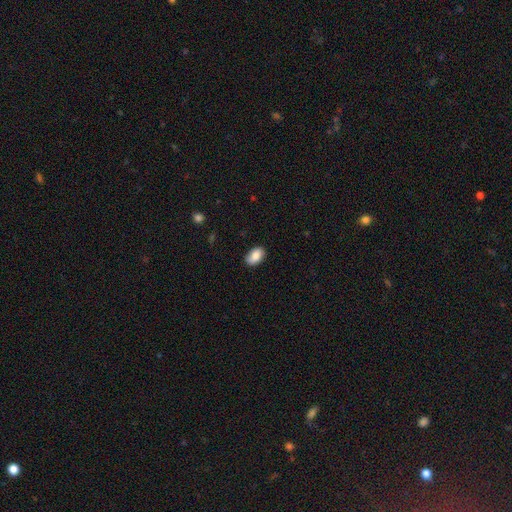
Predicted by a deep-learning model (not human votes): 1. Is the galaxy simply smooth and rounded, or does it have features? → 84% smooth, 9% featured or disk, 7% star or artifact.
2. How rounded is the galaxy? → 91% in between, 8% round, 1% cigar-shaped.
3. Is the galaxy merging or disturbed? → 85% none, 12% minor disturbance, 2% major disturbance, 1% merger.